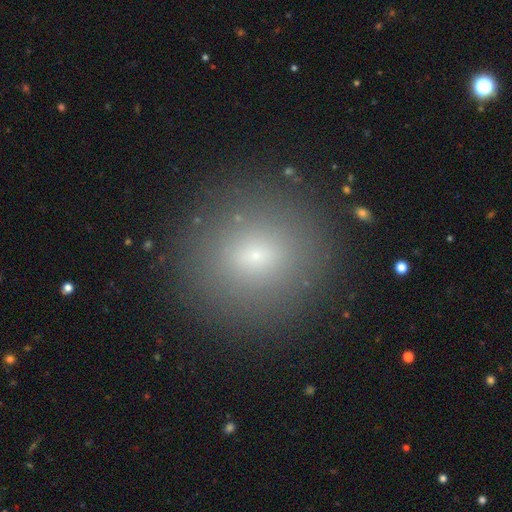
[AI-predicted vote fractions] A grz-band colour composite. It shows a smooth galaxy with no disk features (68%) that is round (86%). Merging: none (88%).